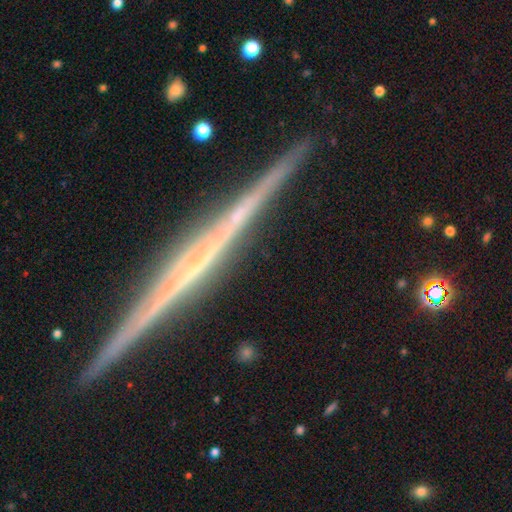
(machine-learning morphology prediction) A featured or disk galaxy (82%) viewed edge-on (98%) with no central bulge (62%).

Vote fractions:
- Smooth or featured? featured or disk: 82% / star or artifact: 9% / smooth: 9%
- Edge-on disk? yes: 98% / no: 2%
- Edge-on bulge? none: 62% / rounded: 23% / boxy: 14%
- Merging? none: 89% / minor disturbance: 8% / major disturbance: 2% / merger: 1%